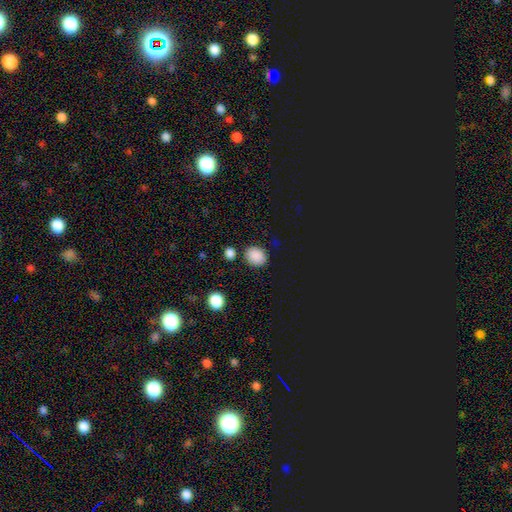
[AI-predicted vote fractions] Smooth or featured? Predicted: smooth (p=0.85). How rounded? Predicted: round (p=0.57). Merging? Predicted: none (p=0.82).